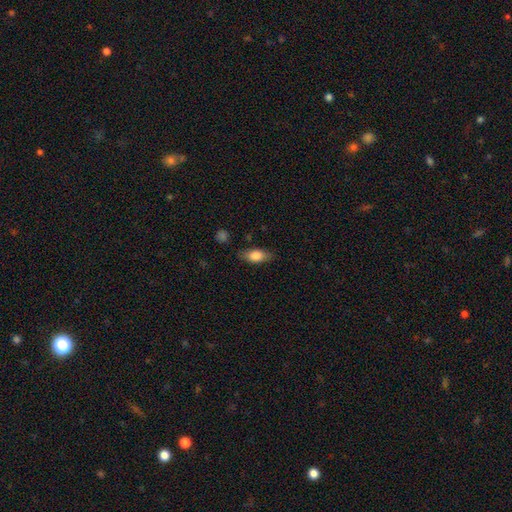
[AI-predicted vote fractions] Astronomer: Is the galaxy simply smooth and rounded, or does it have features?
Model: smooth — 78%.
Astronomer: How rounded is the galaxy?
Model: in between — 83%.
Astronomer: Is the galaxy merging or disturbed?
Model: none — 80%.